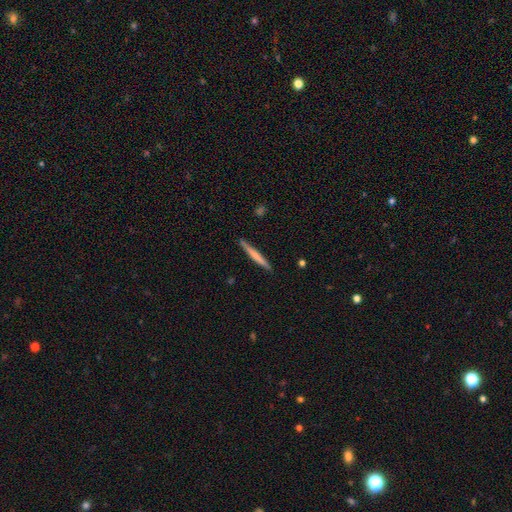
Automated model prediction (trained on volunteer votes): smooth_or_featured: smooth (p=0.58) [alt: featured or disk p=0.37]
how_rounded: cigar-shaped (p=0.96) [alt: in between p=0.02]
merging: none (p=0.89) [alt: minor disturbance p=0.08]